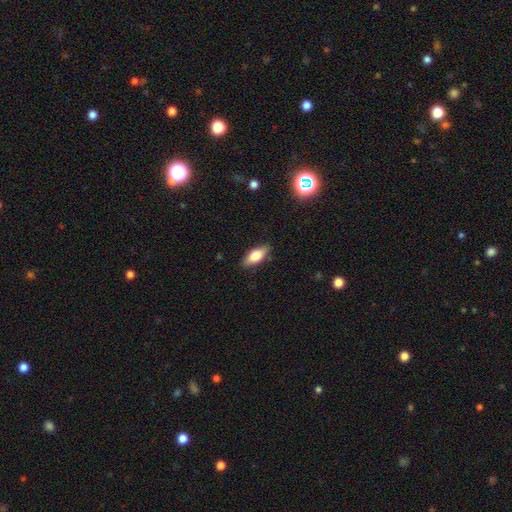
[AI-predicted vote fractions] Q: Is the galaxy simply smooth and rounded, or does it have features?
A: smooth — 72%.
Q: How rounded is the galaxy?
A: in between — 79%.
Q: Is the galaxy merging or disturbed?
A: none — 85%.